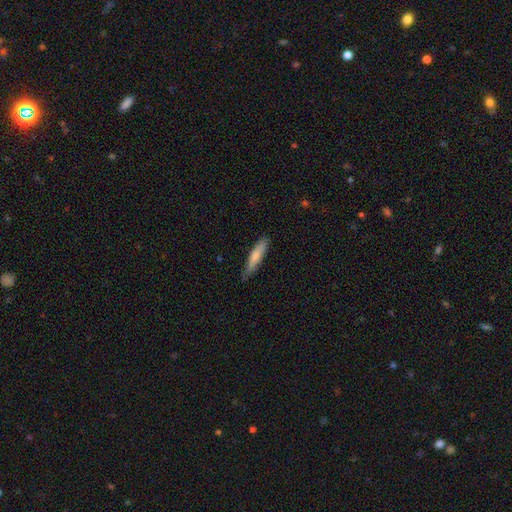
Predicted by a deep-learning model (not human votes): Q: Smooth or featured?
A: smooth (74%); runner-up: featured or disk (21%)
Q: How rounded?
A: cigar-shaped (85%); runner-up: in between (14%)
Q: Merging?
A: none (76%); runner-up: minor disturbance (20%)